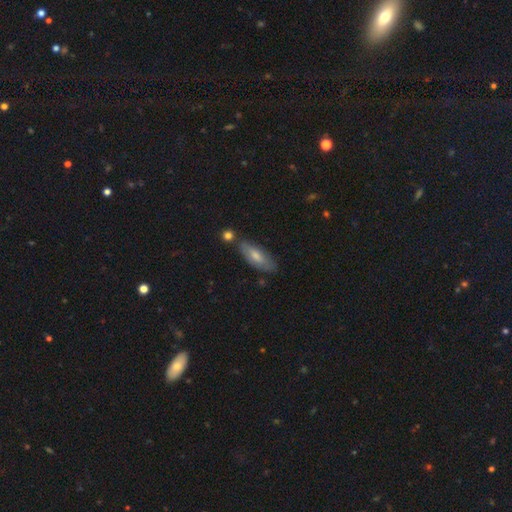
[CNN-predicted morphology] smooth-or-featured: smooth: 64% | featured or disk: 31% | star or artifact: 6%
  how-rounded: in between: 68% | cigar-shaped: 30% | round: 2%
  merging: none: 67% | minor disturbance: 21% | merger: 8% | major disturbance: 5%